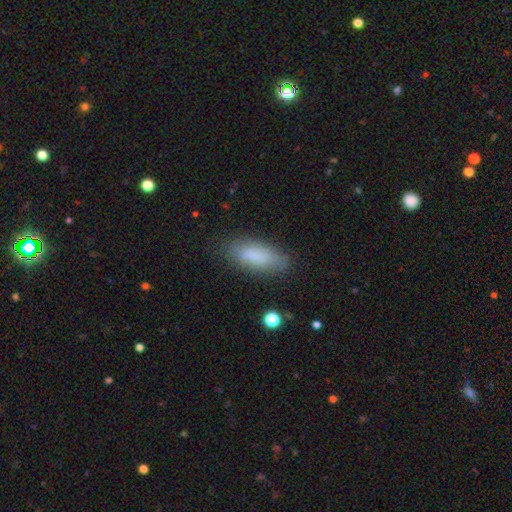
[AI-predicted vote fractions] Overall: smooth (83%). How rounded: in between (74%). Merging: none (80%).